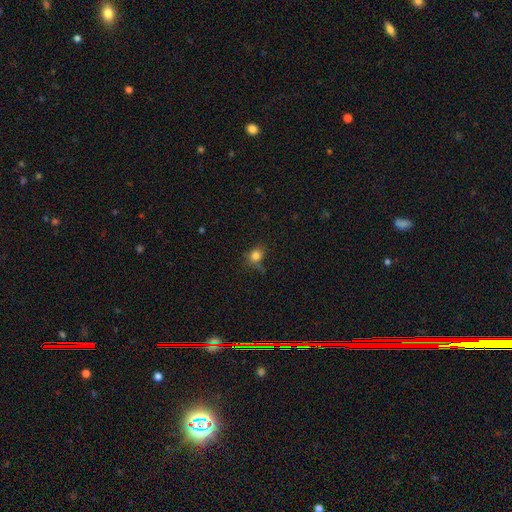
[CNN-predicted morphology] Q: Smooth or featured?
A: smooth (81%); runner-up: star or artifact (13%)
Q: How rounded?
A: round (62%); runner-up: in between (36%)
Q: Merging?
A: none (69%); runner-up: minor disturbance (21%)